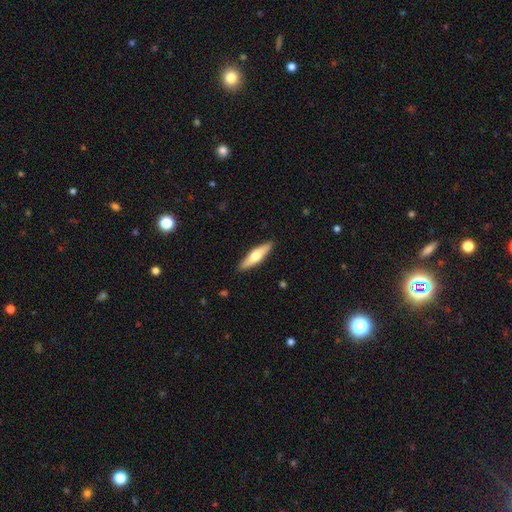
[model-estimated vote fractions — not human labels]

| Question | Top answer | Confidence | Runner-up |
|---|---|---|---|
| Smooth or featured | smooth | 54% | featured or disk (41%) |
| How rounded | cigar-shaped | 72% | in between (26%) |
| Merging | none | 90% | minor disturbance (8%) |